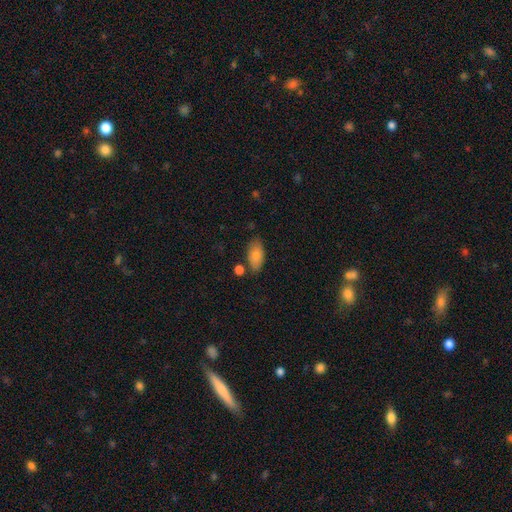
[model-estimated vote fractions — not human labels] A smooth galaxy with no disk features (82%) that is in between round and cigar-shaped (93%). Merging: none (76%).